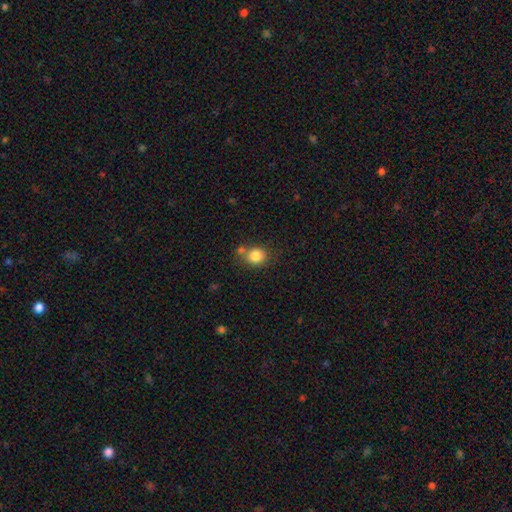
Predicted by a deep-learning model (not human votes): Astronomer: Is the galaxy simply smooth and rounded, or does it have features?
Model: smooth — 83%.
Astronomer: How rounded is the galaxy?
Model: round — 75%.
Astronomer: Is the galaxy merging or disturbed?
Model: none — 63%.